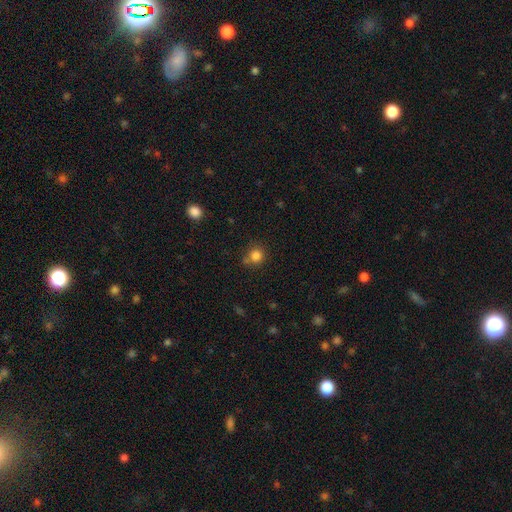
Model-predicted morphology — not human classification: smooth-or-featured: smooth: 83% | star or artifact: 12% | featured or disk: 5%
  how-rounded: round: 86% | in between: 13% | cigar-shaped: 1%
  merging: none: 68% | minor disturbance: 16% | merger: 11% | major disturbance: 5%